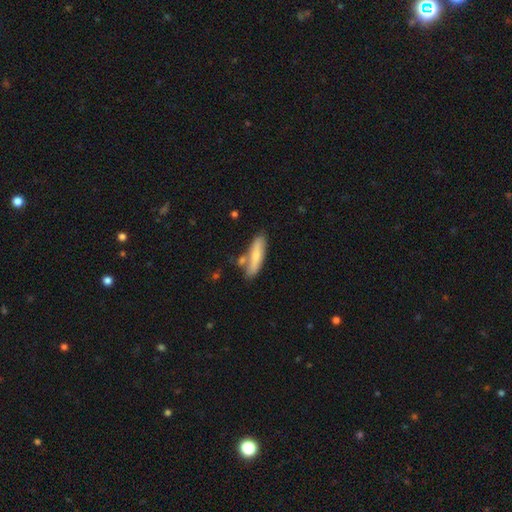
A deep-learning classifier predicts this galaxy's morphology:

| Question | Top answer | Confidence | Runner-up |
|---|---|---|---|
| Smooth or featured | smooth | 67% | featured or disk (27%) |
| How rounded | cigar-shaped | 72% | in between (26%) |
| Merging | none | 68% | minor disturbance (16%) |